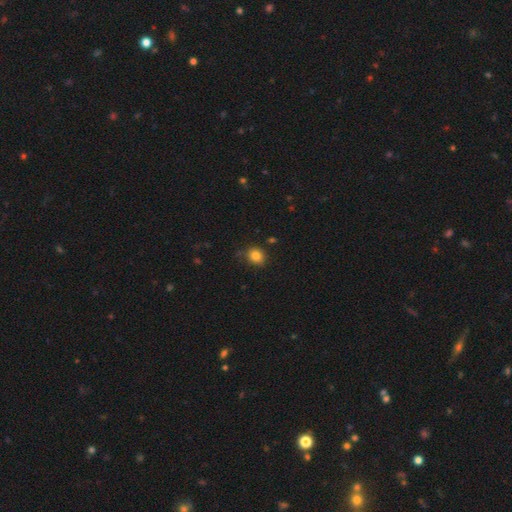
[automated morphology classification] Smooth or featured? Predicted: smooth (p=0.83). How rounded? Predicted: round (p=0.74). Merging? Predicted: none (p=0.83).